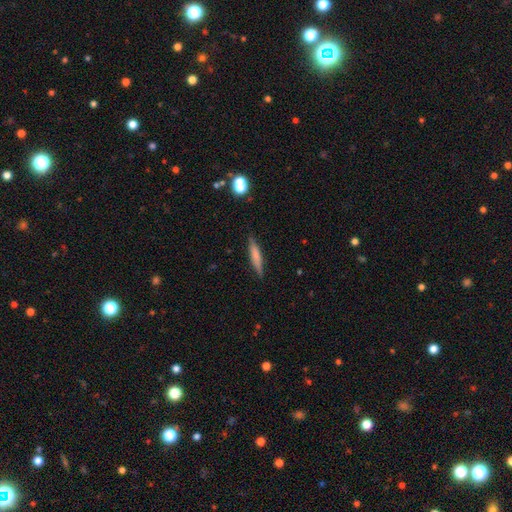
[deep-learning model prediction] Smooth or featured?
  - smooth: 63% *
  - featured or disk: 30%
  - star or artifact: 7%
How rounded?
  - cigar-shaped: 89% *
  - in between: 10%
  - round: 2%
Merging?
  - none: 86% *
  - minor disturbance: 10%
  - major disturbance: 2%
  - merger: 1%